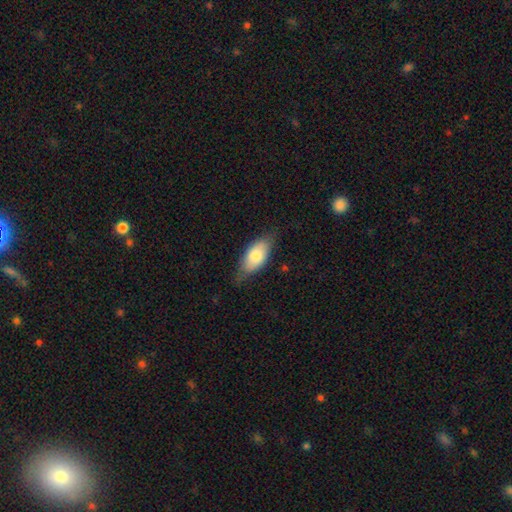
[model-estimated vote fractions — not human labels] smooth 76%, featured or disk 18%, star or artifact 6%. Down the decision tree: how rounded — in between (89%); merging — none (66%).